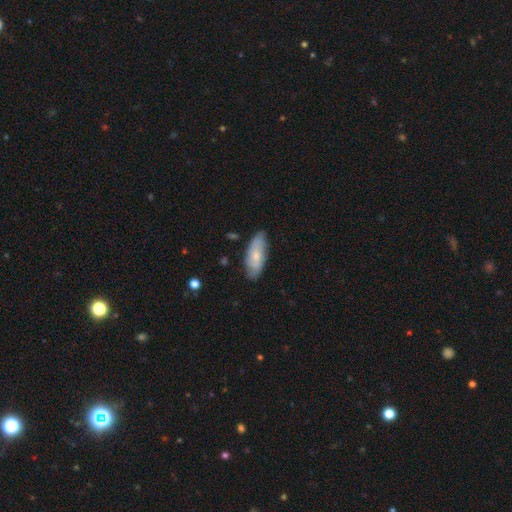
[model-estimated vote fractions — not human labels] This is possibly a smooth galaxy (54%). How rounded: likely in between (78%). Merging: likely none (78%).